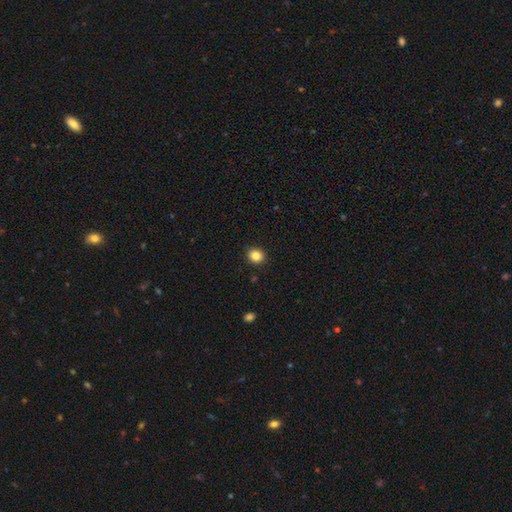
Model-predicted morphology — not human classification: Smooth or featured?
  - smooth: 84% *
  - star or artifact: 11%
  - featured or disk: 5%
How rounded?
  - round: 80% *
  - in between: 19%
  - cigar-shaped: 1%
Merging?
  - none: 92% *
  - minor disturbance: 5%
  - major disturbance: 2%
  - merger: 1%